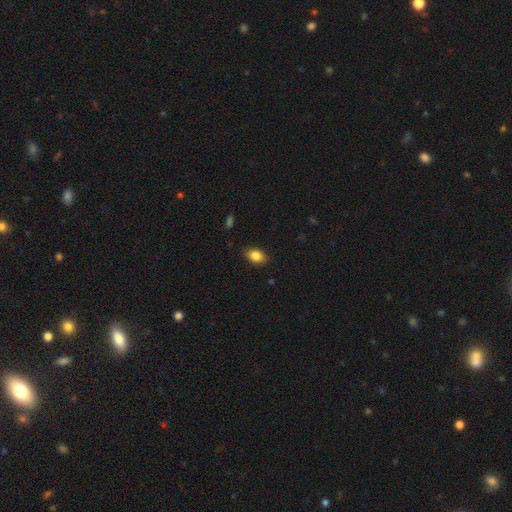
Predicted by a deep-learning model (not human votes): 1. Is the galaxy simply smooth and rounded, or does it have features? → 85% smooth, 9% star or artifact, 6% featured or disk.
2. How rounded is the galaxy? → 80% in between, 18% round, 2% cigar-shaped.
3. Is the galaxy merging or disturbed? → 86% none, 11% minor disturbance, 2% major disturbance, 1% merger.